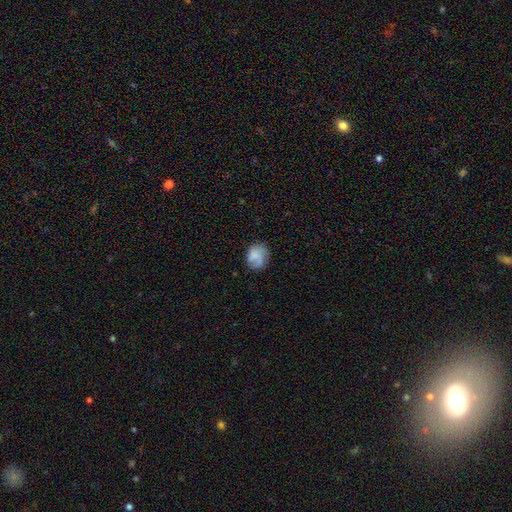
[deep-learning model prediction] Smooth or featured: smooth — 66% (featured or disk — 25%)
How rounded: round — 60% (in between — 39%)
Merging: none — 63% (minor disturbance — 23%)